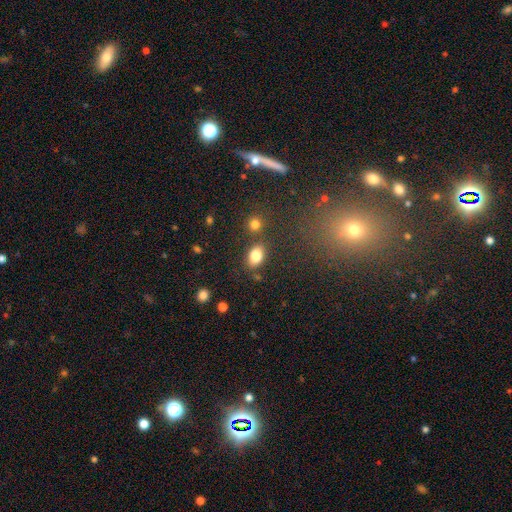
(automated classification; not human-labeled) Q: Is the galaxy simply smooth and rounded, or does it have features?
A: smooth — 83%.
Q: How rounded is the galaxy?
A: in between — 82%.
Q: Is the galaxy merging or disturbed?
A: none — 75%.